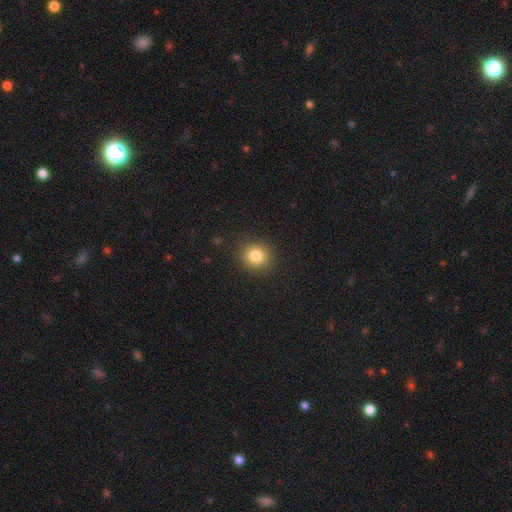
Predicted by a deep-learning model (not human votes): A smooth galaxy with no disk features (82%) that is round (86%).

Vote fractions:
- Smooth or featured? smooth: 82% / star or artifact: 11% / featured or disk: 6%
- How rounded? round: 86% / in between: 13% / cigar-shaped: 1%
- Merging? none: 90% / minor disturbance: 7% / major disturbance: 2% / merger: 1%